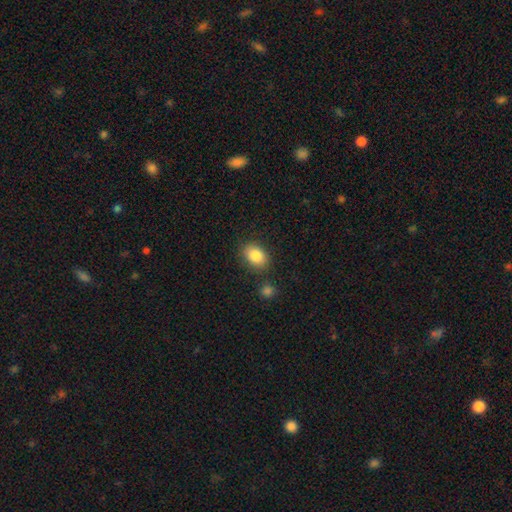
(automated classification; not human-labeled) Smooth or featured? Predicted: smooth (p=0.85). How rounded? Predicted: in between (p=0.74). Merging? Predicted: none (p=0.82).